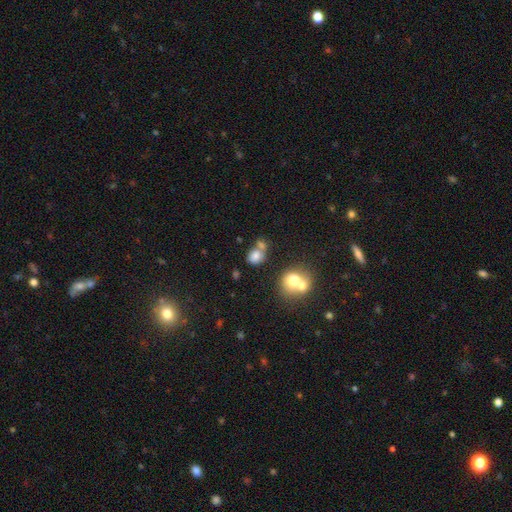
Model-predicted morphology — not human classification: smooth-or-featured: smooth: 75% | star or artifact: 13% | featured or disk: 13%
  how-rounded: in between: 49% (tied) | round: 49% (tied) | cigar-shaped: 1%
  merging: merger: 42% | none: 38% | minor disturbance: 13% | major disturbance: 7%